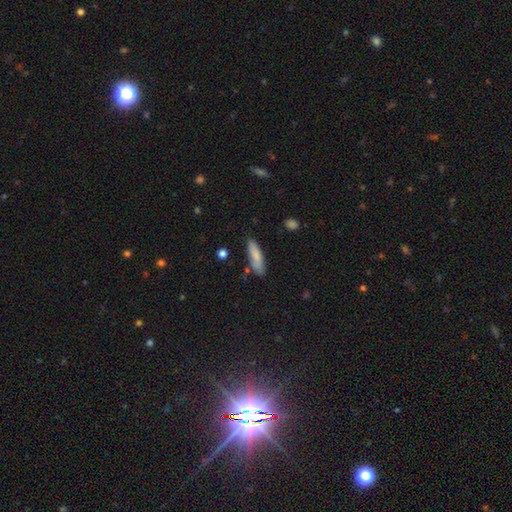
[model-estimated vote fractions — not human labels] smooth-or-featured: smooth: 81% | featured or disk: 13% | star or artifact: 6%
  how-rounded: cigar-shaped: 61% | in between: 37% | round: 2%
  merging: none: 75% | minor disturbance: 18% | merger: 4% | major disturbance: 3%